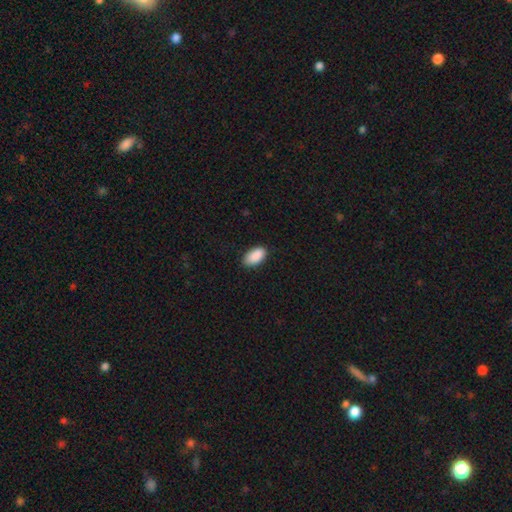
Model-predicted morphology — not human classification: Smooth or featured: smooth — 91% (star or artifact — 6%)
How rounded: in between — 94% (round — 3%)
Merging: none — 83% (minor disturbance — 14%)